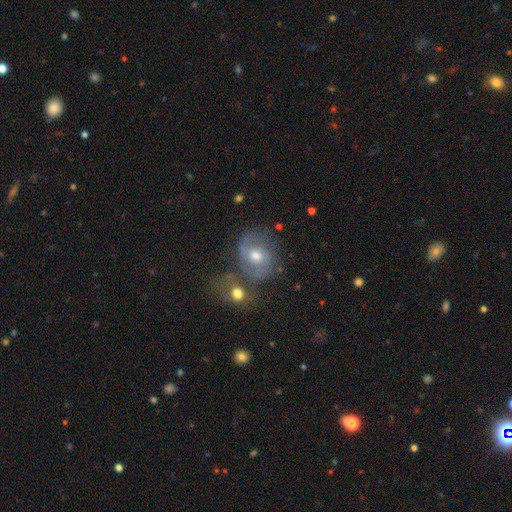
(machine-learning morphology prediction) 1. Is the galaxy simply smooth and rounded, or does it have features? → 62% featured or disk, 28% smooth, 11% star or artifact.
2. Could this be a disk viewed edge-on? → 97% no, 3% yes.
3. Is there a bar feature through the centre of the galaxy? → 59% no, 33% weak, 7% strong.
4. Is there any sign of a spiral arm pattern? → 79% yes, 21% no.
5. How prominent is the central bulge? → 74% moderate, 15% small, 8% large, 2% none, 1% dominant.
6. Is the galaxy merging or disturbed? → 51% none, 18% minor disturbance, 18% merger, 13% major disturbance.